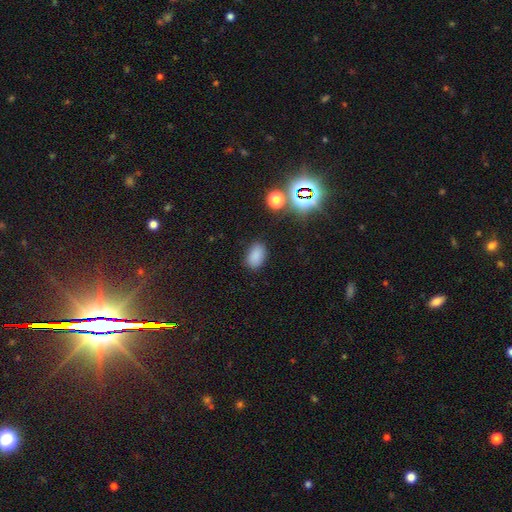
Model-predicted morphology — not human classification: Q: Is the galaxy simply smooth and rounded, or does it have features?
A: smooth — 83%.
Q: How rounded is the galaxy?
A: in between — 88%.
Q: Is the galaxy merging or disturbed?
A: none — 83%.